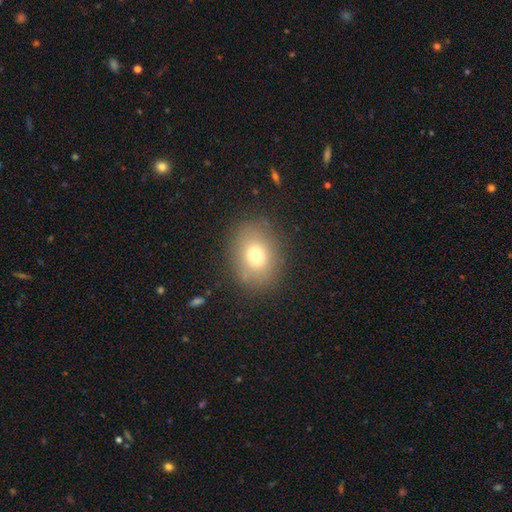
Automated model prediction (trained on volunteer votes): A smooth galaxy with no disk features (74%) that is in between round and cigar-shaped (56%). Merging: none (83%).